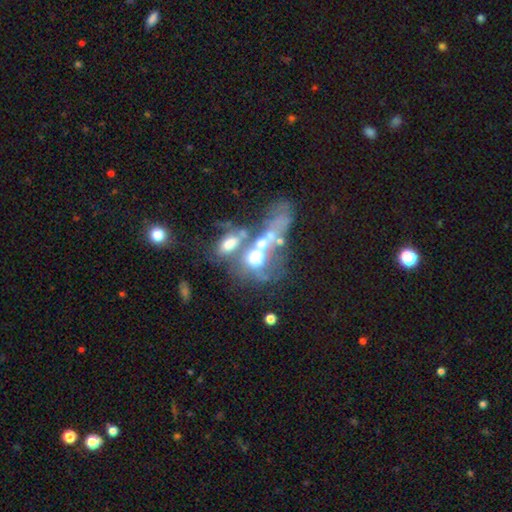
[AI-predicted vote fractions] The model was most divided on "smooth or featured": featured or disk: 50%, smooth: 33%, star or artifact: 17%. More confident: merging — merger (62%).